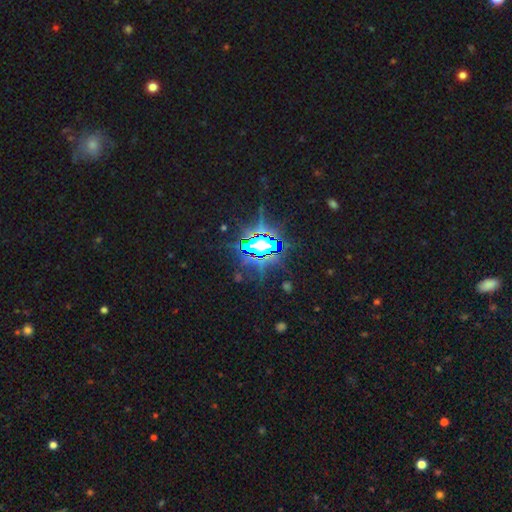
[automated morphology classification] Overall: star or artifact (83%).